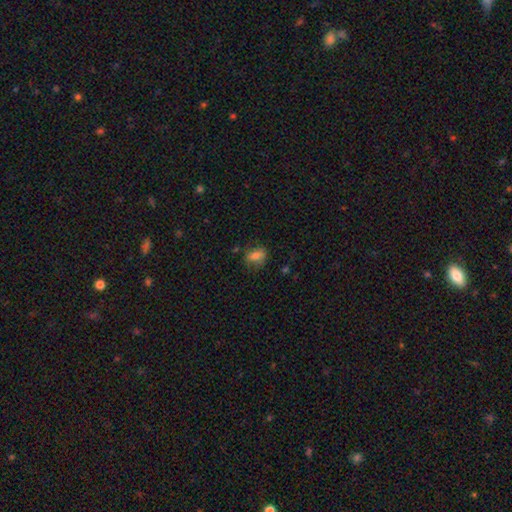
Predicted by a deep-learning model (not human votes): Morphology: type=smooth (74%); roundness=in between (62%); merging=none (64%).